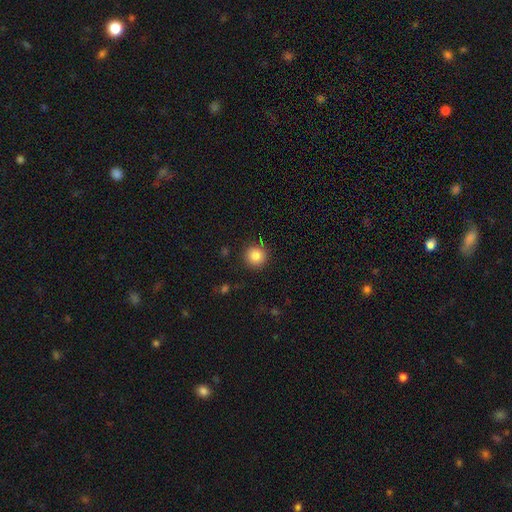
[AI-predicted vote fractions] Q: Smooth or featured?
A: smooth (85%); runner-up: star or artifact (10%)
Q: How rounded?
A: round (95%); runner-up: in between (4%)
Q: Merging?
A: none (89%); runner-up: minor disturbance (7%)